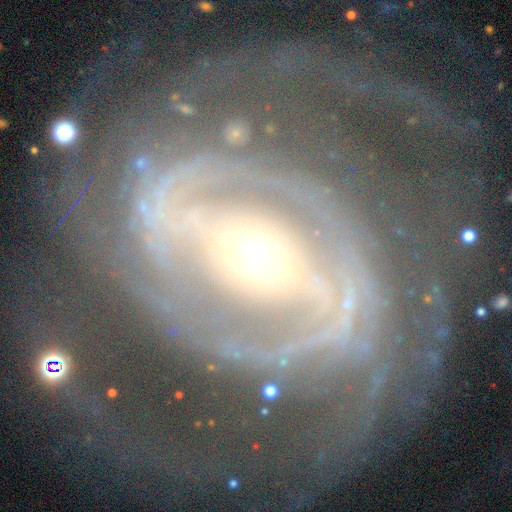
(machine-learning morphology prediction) Overall: featured or disk (90%). Edge-on disk: no (95%). Bar: strong (68%). Spiral arms: yes (95%). Spiral arm count: 2 (30%; can't tell 27%). Spiral winding: tight (65%; medium 28%). Bulge size: small (62%; moderate 31%). Merging: none (75%).